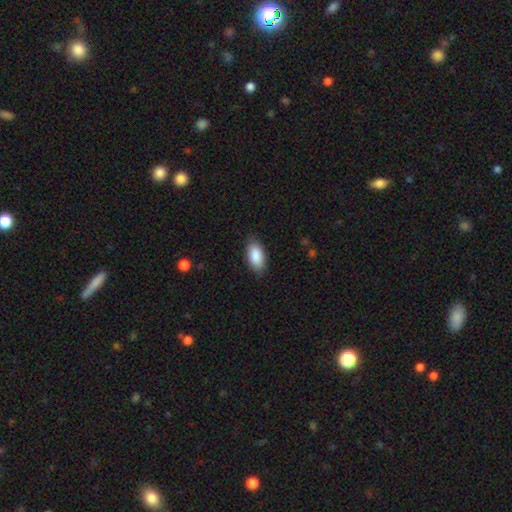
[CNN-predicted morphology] This is clearly a smooth galaxy (89%). How rounded: clearly in between (93%). Merging: clearly none (85%).